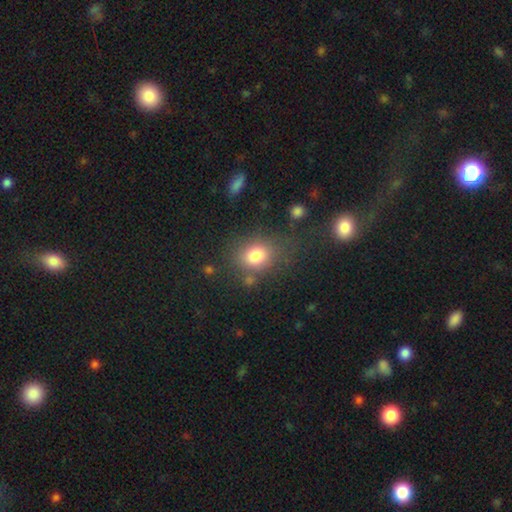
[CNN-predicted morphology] Smooth or featured: smooth — 79% (star or artifact — 11%)
How rounded: round — 51% (in between — 47%)
Merging: none — 65% (minor disturbance — 17%)